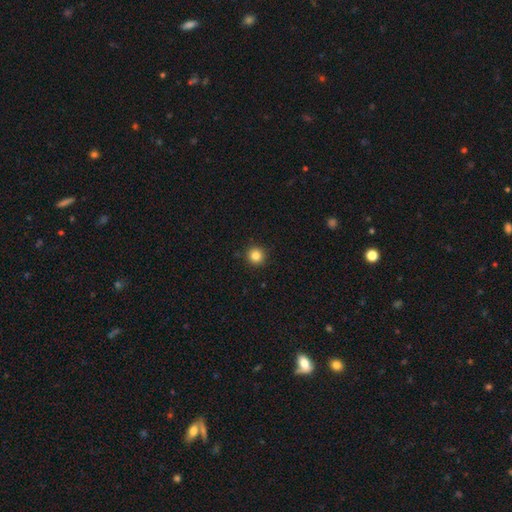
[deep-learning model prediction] Q: Smooth or featured?
A: smooth (83%); runner-up: star or artifact (11%)
Q: How rounded?
A: round (95%); runner-up: in between (4%)
Q: Merging?
A: none (92%); runner-up: minor disturbance (5%)